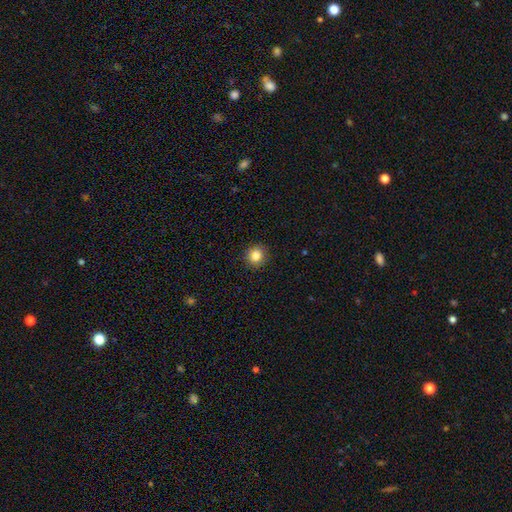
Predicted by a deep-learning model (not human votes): smooth-or-featured: smooth: 84% | star or artifact: 10% | featured or disk: 6%
  how-rounded: round: 88% | in between: 11% | cigar-shaped: 1%
  merging: none: 91% | minor disturbance: 6% | major disturbance: 2% | merger: 1%